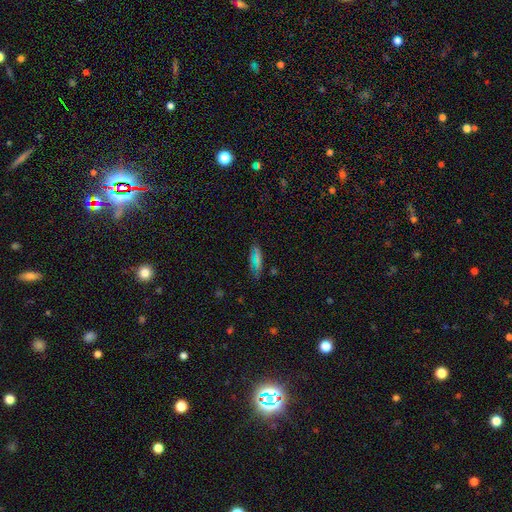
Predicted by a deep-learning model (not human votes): Q: Smooth or featured?
A: smooth (52%); runner-up: star or artifact (31%)
Q: How rounded?
A: in between (60%); runner-up: cigar-shaped (32%)
Q: Merging?
A: none (79%); runner-up: minor disturbance (14%)